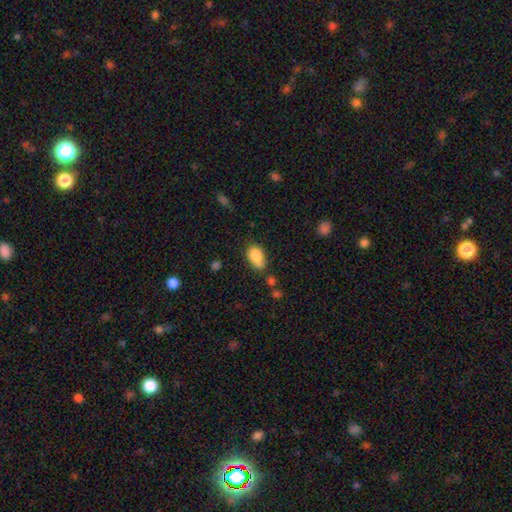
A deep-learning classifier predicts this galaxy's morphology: Smooth or featured: smooth — 82% (featured or disk — 9%)
How rounded: in between — 84% (round — 13%)
Merging: none — 47% (minor disturbance — 28%)